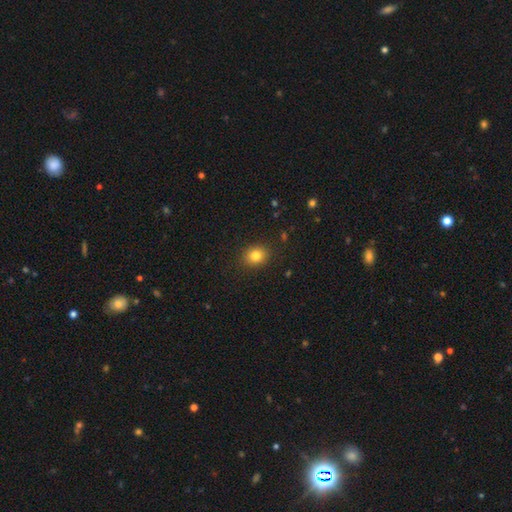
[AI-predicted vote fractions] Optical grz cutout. It shows a smooth galaxy with no disk features (81%) that is round (63%). Merging: none (89%).